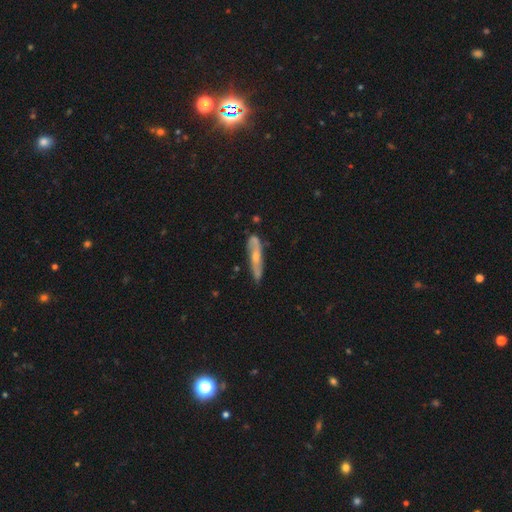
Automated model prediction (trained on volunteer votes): Overall: featured or disk (57%; smooth 36%). Edge-on disk: yes (58%; no 42%). Merging: none (70%).